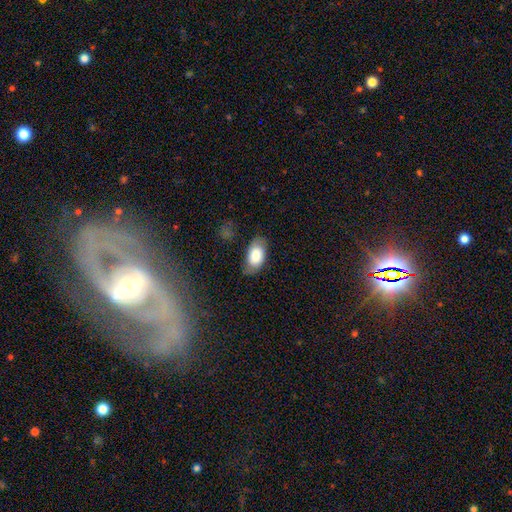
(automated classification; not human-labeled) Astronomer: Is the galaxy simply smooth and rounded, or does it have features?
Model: smooth — 73%.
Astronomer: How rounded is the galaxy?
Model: in between — 93%.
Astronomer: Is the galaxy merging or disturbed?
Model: none — 71%.